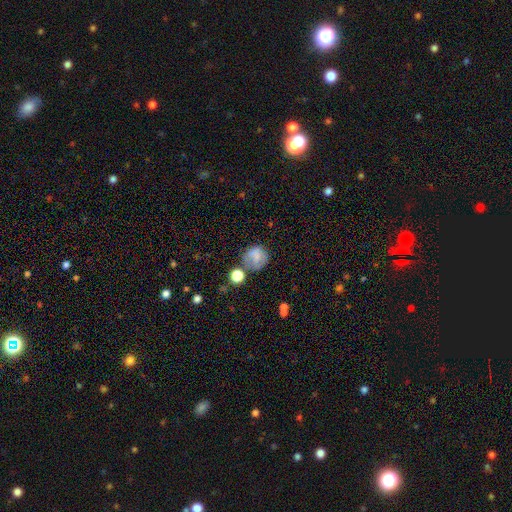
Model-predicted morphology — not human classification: smooth_or_featured: smooth (p=0.67) [alt: featured or disk p=0.20]
how_rounded: round (p=0.79) [alt: in between p=0.20]
merging: none (p=0.51) [alt: minor disturbance p=0.23]